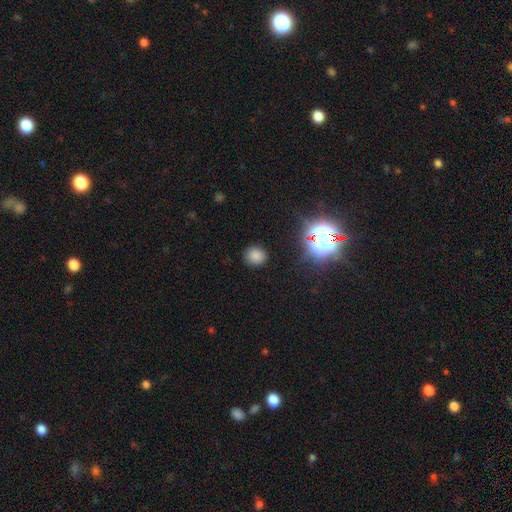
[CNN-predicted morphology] Smooth or featured? smooth (78%)
How rounded? round (79%)
Merging? none (87%)